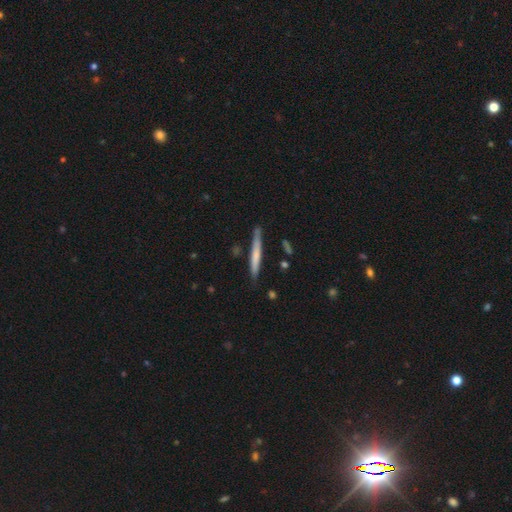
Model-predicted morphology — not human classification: A smooth galaxy with no disk features (60%) that is cigar-shaped (96%).

Vote fractions:
- Smooth or featured? smooth: 60% / featured or disk: 34% / star or artifact: 5%
- How rounded? cigar-shaped: 96% / in between: 3% / round: 1%
- Merging? none: 82% / minor disturbance: 14% / merger: 2% / major disturbance: 2%